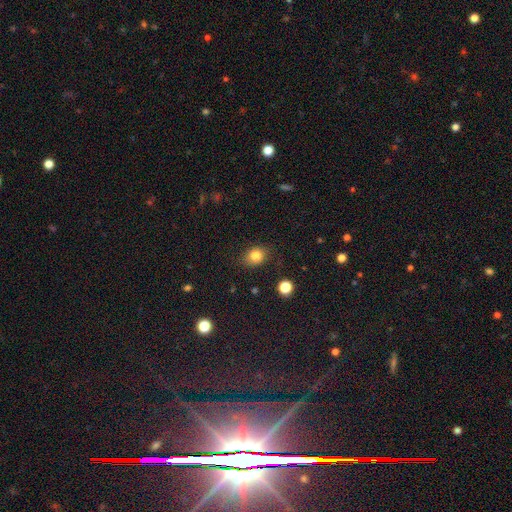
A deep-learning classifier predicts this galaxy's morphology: Smooth or featured? Predicted: smooth (p=0.82). How rounded? Predicted: round (p=0.51). Merging? Predicted: none (p=0.80).